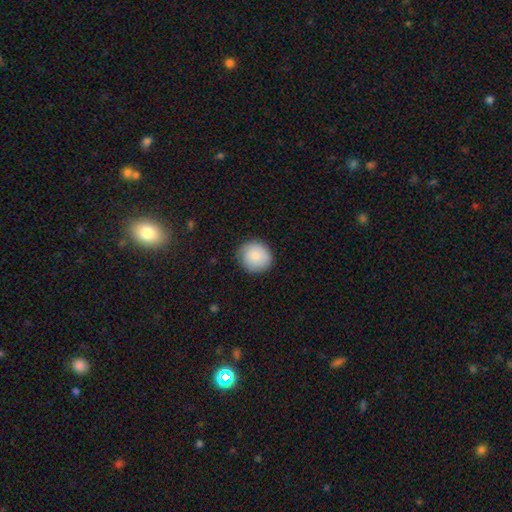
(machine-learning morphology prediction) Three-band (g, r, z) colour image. It shows a smooth galaxy with no disk features (86%) that is round (92%). Merging: none (82%).